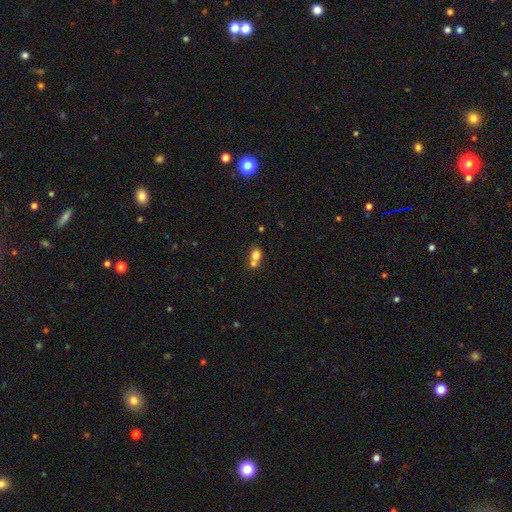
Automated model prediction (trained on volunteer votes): smooth-or-featured: smooth: 75% | featured or disk: 14% | star or artifact: 10%
  how-rounded: in between: 51% | round: 47% | cigar-shaped: 2%
  merging: merger: 57% | none: 32% | minor disturbance: 8% | major disturbance: 3%